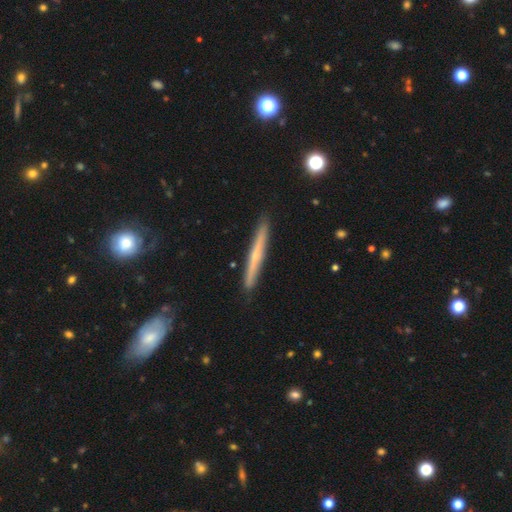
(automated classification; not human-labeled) Smooth or featured?
  - featured or disk: 57% *
  - smooth: 36%
  - star or artifact: 6%
Edge-on disk?
  - yes: 96% *
  - no: 4%
Edge-on bulge?
  - rounded: 49% *
  - none: 47%
  - boxy: 4%
Merging?
  - none: 89% *
  - minor disturbance: 8%
  - major disturbance: 1%
  - merger: 1%